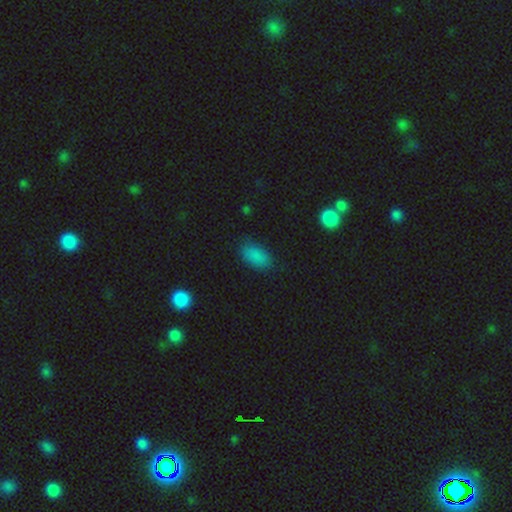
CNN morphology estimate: smooth 84%, star or artifact 10%, featured or disk 5%. Down the decision tree: how rounded — in between (92%); merging — none (80%).